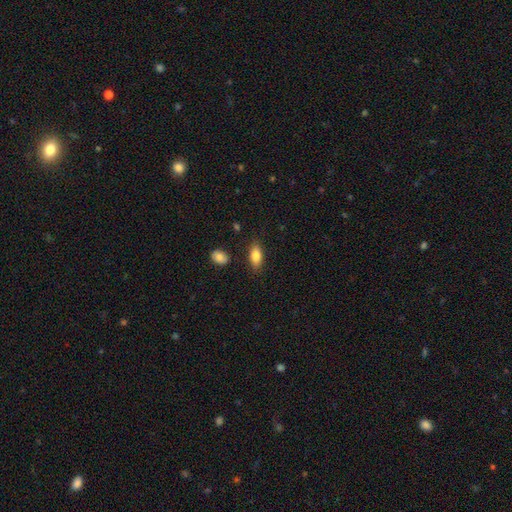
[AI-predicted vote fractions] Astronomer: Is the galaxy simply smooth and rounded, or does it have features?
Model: smooth — 83%.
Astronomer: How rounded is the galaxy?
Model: in between — 87%.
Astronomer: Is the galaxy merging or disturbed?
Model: none — 84%.